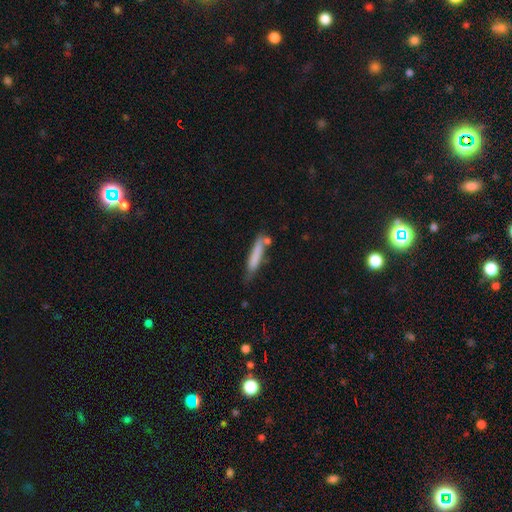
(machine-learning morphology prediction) Smooth or featured?
  - smooth: 73% *
  - featured or disk: 21%
  - star or artifact: 7%
How rounded?
  - cigar-shaped: 88% *
  - in between: 10%
  - round: 2%
Merging?
  - none: 56% *
  - minor disturbance: 25%
  - merger: 12%
  - major disturbance: 7%